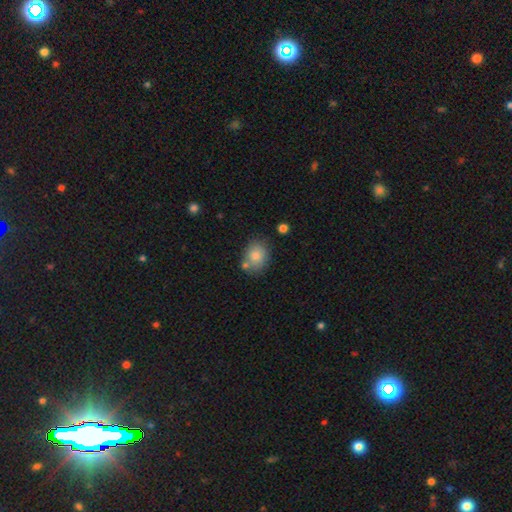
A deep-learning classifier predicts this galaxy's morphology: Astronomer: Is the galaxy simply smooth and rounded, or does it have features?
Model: smooth — 79%.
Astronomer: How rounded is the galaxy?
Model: round — 54% (runner-up: in between, 45%).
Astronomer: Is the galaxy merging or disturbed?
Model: none — 71%.